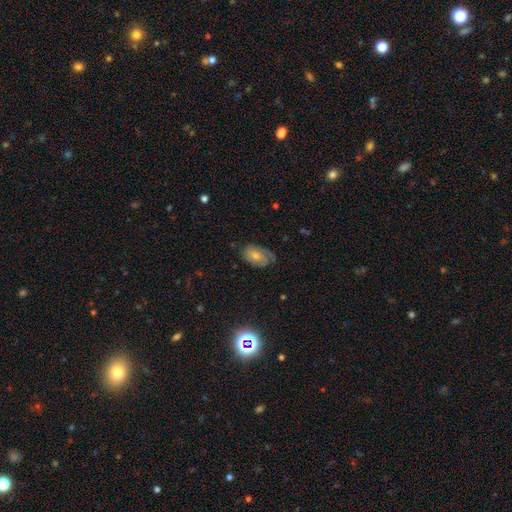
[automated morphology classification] Smooth or featured: featured or disk — 59% (smooth — 33%)
Edge-on disk: no — 94% (yes — 6%)
Bar: no — 69% (weak — 26%)
Spiral arms: yes — 84% (no — 16%)
Bulge size: small — 47% (tied with moderate — 47%)
Merging: none — 62% (minor disturbance — 24%)